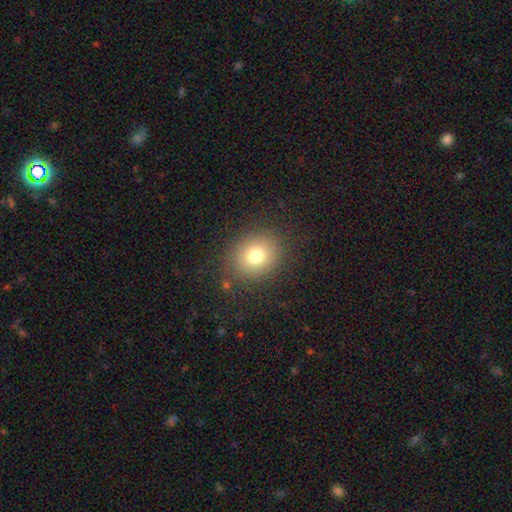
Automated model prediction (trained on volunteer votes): Smooth or featured? smooth (76%)
How rounded? round (64%)
Merging? none (84%)